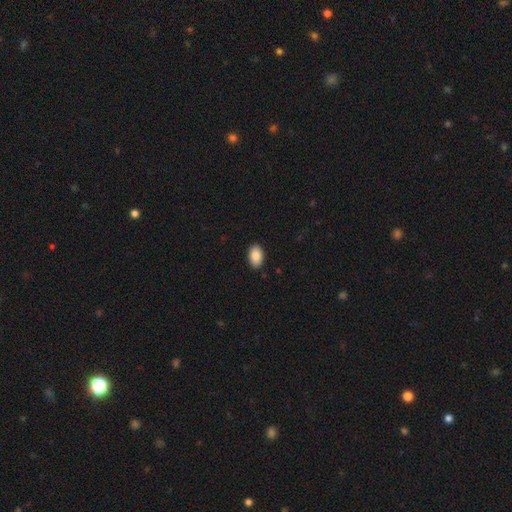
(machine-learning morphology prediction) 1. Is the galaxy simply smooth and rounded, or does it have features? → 89% smooth, 7% star or artifact, 4% featured or disk.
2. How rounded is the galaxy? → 93% in between, 6% round, 1% cigar-shaped.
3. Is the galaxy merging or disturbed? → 90% none, 8% minor disturbance, 2% major disturbance, 1% merger.